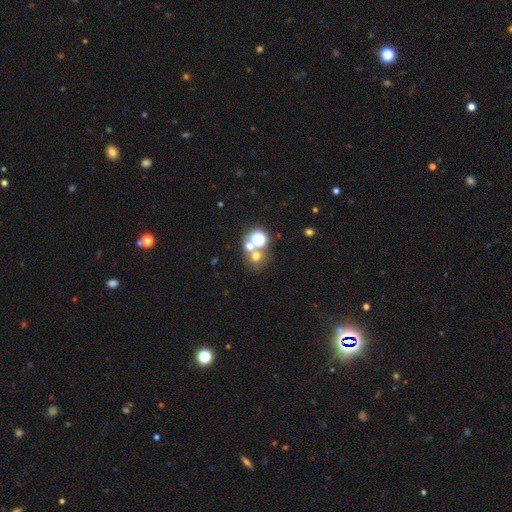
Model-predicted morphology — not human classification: Smooth or featured? Predicted: smooth (p=0.54). How rounded? Predicted: round (p=0.78). Merging? Predicted: none (p=0.49).